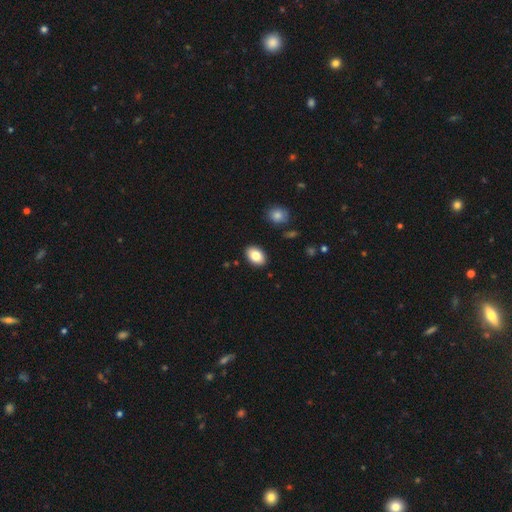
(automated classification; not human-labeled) smooth_or_featured: smooth (p=0.83) [alt: featured or disk p=0.09]
how_rounded: in between (p=0.88) [alt: round p=0.11]
merging: none (p=0.89) [alt: minor disturbance p=0.08]